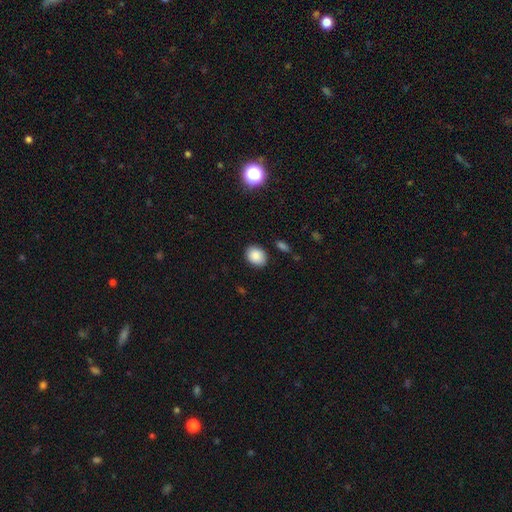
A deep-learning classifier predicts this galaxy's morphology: smooth-or-featured: smooth: 87% | star or artifact: 8% | featured or disk: 5%
  how-rounded: in between: 61% | round: 38% | cigar-shaped: 1%
  merging: none: 86% | minor disturbance: 10% | major disturbance: 3% | merger: 2%